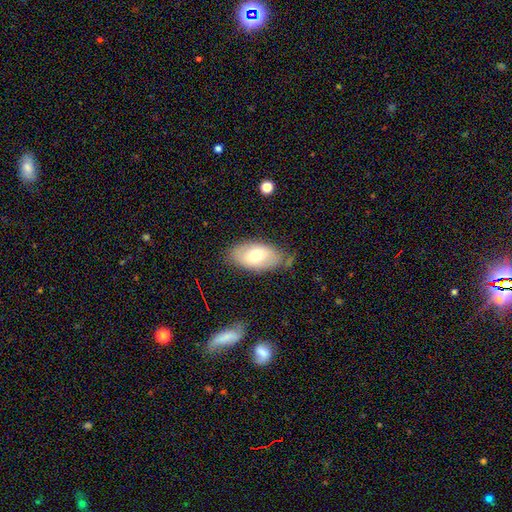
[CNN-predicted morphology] The model was most divided on "smooth or featured": smooth: 64%, featured or disk: 29%, star or artifact: 7%. More confident: how rounded — in between (93%); merging — none (73%).